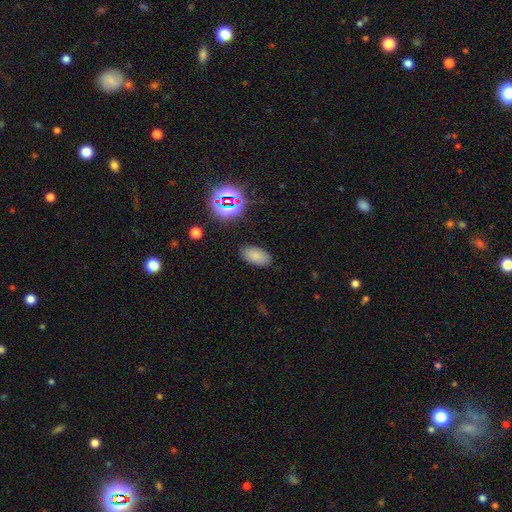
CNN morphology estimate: Smooth or featured?
  - smooth: 79% *
  - star or artifact: 14%
  - featured or disk: 7%
How rounded?
  - in between: 93% *
  - round: 4%
  - cigar-shaped: 2%
Merging?
  - none: 86% *
  - minor disturbance: 9%
  - major disturbance: 3%
  - merger: 1%